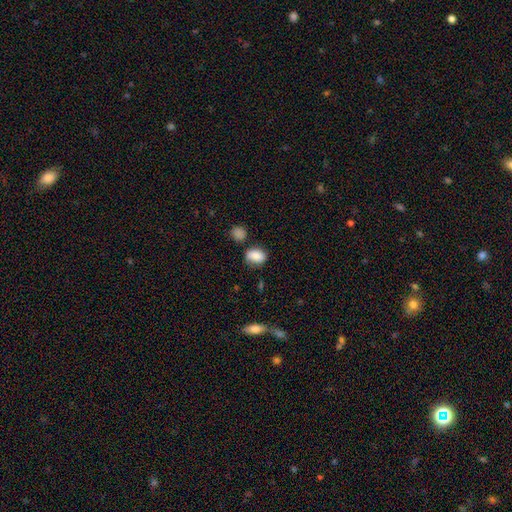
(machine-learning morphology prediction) type=smooth (84%); roundness=in between (70%); merging=none (68%).